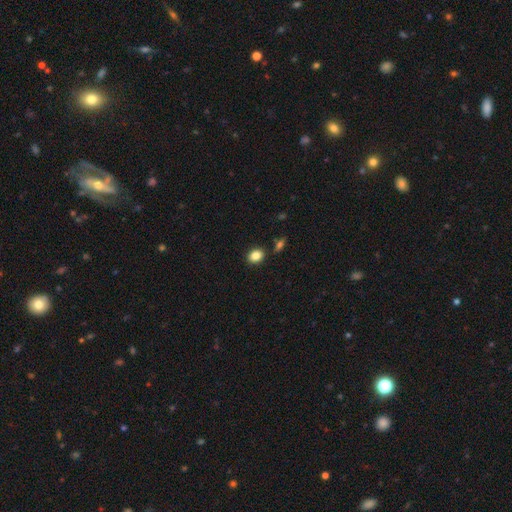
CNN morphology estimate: Q: Smooth or featured?
A: smooth (85%); runner-up: star or artifact (10%)
Q: How rounded?
A: in between (51%); runner-up: round (48%)
Q: Merging?
A: none (84%); runner-up: minor disturbance (9%)